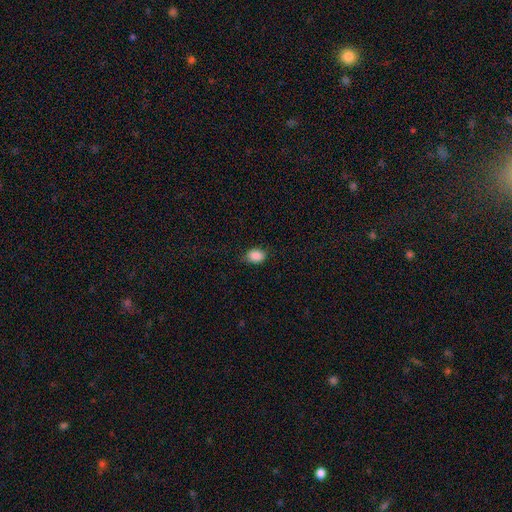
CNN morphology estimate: A smooth galaxy with no disk features (88%) that is in between round and cigar-shaped (76%).

Vote fractions:
- Smooth or featured? smooth: 88% / star or artifact: 8% / featured or disk: 4%
- How rounded? in between: 76% / round: 23% / cigar-shaped: 1%
- Merging? none: 78% / minor disturbance: 17% / major disturbance: 4% / merger: 1%